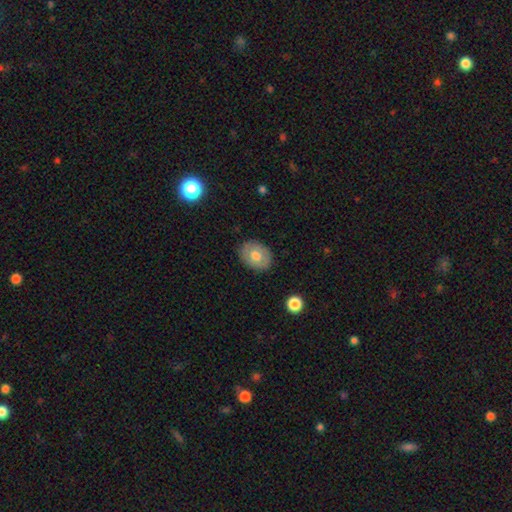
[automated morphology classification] Q: Smooth or featured?
A: smooth (66%); runner-up: featured or disk (27%)
Q: How rounded?
A: in between (62%); runner-up: round (37%)
Q: Merging?
A: none (85%); runner-up: minor disturbance (11%)